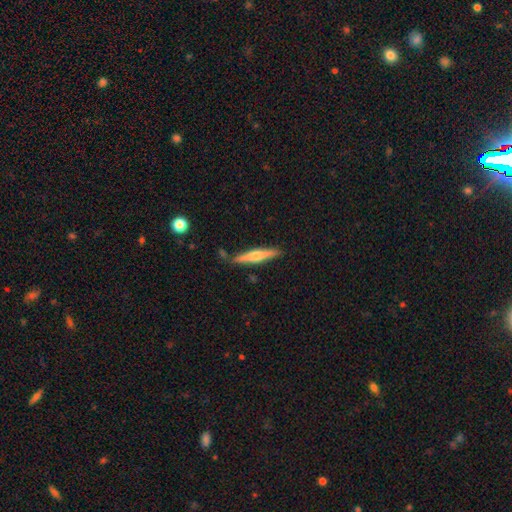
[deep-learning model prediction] Morphology: type=smooth (48%); merging=none (83%).